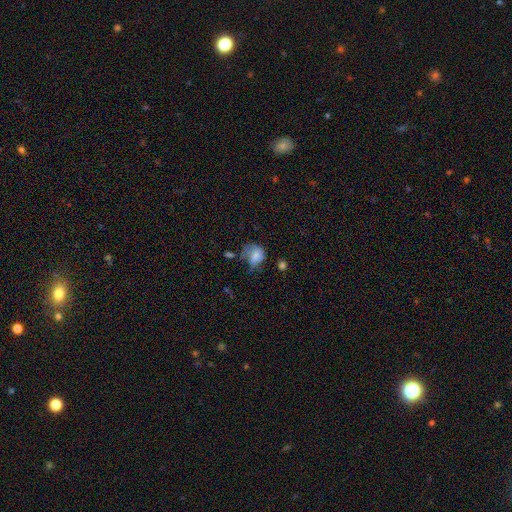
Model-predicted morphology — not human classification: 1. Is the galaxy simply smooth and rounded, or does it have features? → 71% smooth, 18% featured or disk, 10% star or artifact.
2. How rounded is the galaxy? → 50% in between, 49% round, 1% cigar-shaped.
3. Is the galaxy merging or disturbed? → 32% minor disturbance (tied), 32% none (tied), 29% major disturbance, 7% merger.